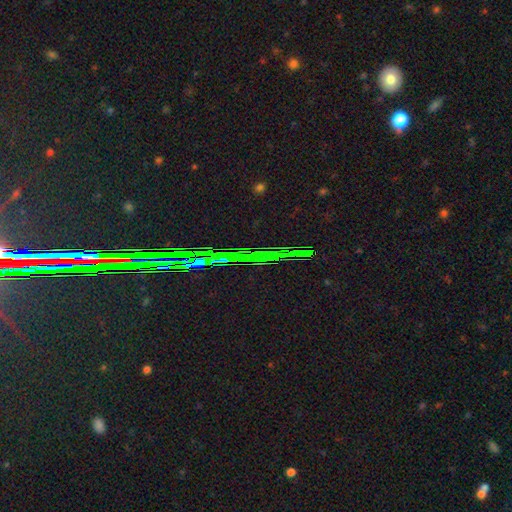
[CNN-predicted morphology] Smooth or featured?
  - star or artifact: 82% *
  - featured or disk: 10%
  - smooth: 8%